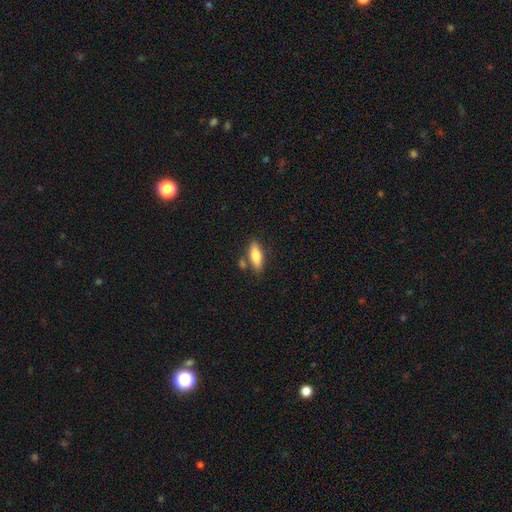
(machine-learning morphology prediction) This appears to be a smooth galaxy with no disk features (77%) that is in between round and cigar-shaped (69%). Merging: none (74%).